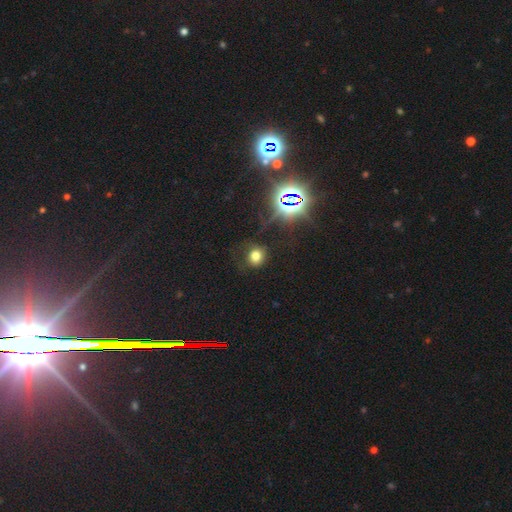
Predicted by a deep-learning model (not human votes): A smooth galaxy with no disk features (69%) that is round (76%). Merging: none (75%).